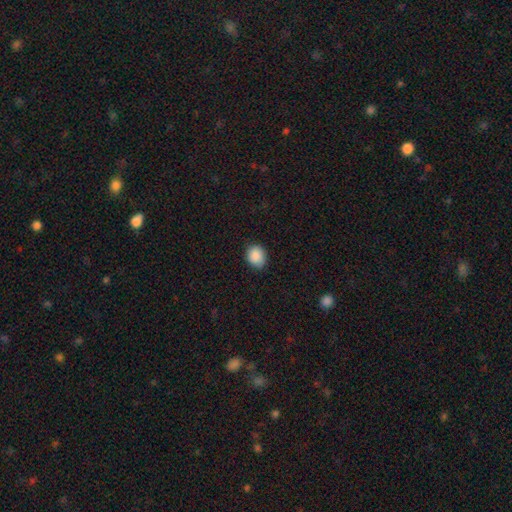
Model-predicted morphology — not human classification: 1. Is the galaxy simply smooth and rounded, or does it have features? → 89% smooth, 8% star or artifact, 3% featured or disk.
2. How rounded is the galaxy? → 61% round, 38% in between, 1% cigar-shaped.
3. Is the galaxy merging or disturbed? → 82% none, 15% minor disturbance, 2% major disturbance, 1% merger.